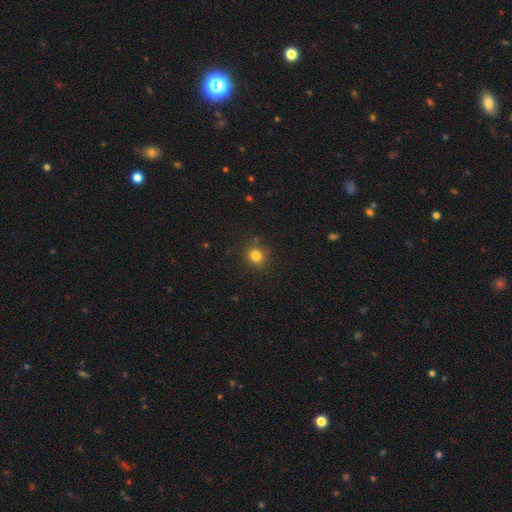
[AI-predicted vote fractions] Overall: smooth (82%). How rounded: round (79%). Merging: none (85%).